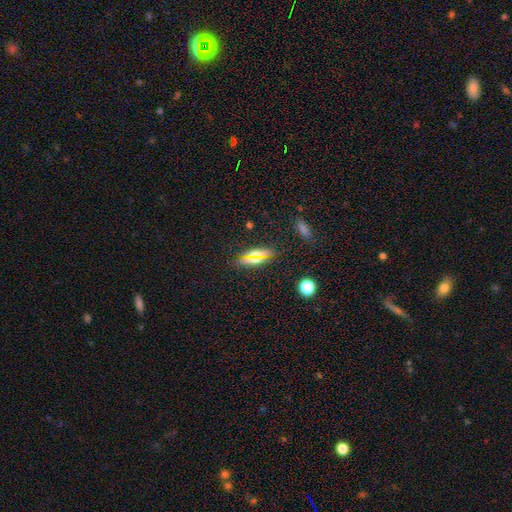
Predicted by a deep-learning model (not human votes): This appears to be a smooth galaxy with no disk features (58%) that is in between round and cigar-shaped (60%). Merging: none (85%).